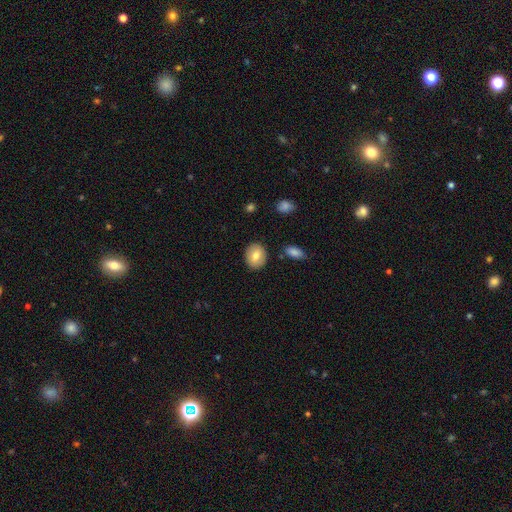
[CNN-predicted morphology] The model was most divided on "how rounded": round: 60%, in between: 39%, cigar-shaped: 1%. More confident: merging — none (87%); smooth or featured — smooth (78%).